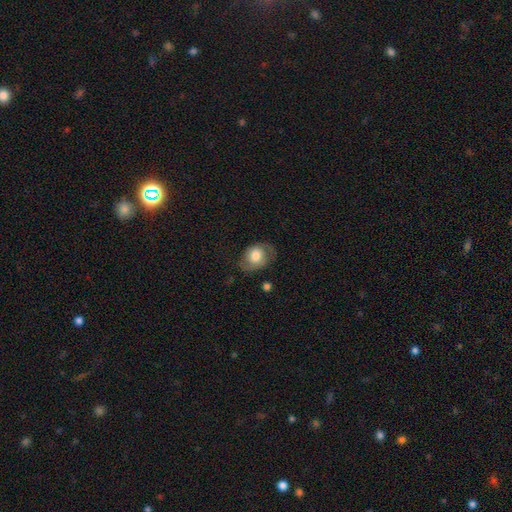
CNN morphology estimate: Smooth or featured? Predicted: smooth (p=0.62). How rounded? Predicted: in between (p=0.58). Merging? Predicted: none (p=0.58).